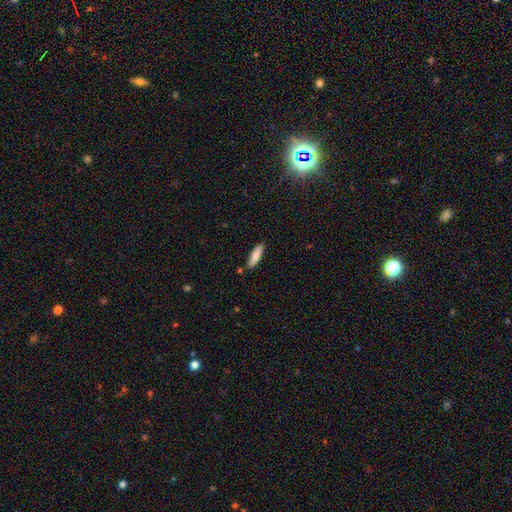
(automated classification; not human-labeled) smooth_or_featured: smooth (p=0.81) [alt: featured or disk p=0.13]
how_rounded: cigar-shaped (p=0.68) [alt: in between p=0.30]
merging: none (p=0.83) [alt: minor disturbance p=0.12]